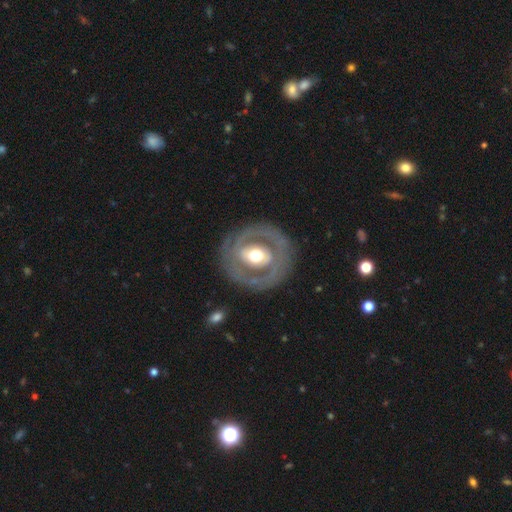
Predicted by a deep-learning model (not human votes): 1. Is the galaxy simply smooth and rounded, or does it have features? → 72% featured or disk, 23% smooth, 5% star or artifact.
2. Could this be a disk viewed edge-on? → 95% no, 5% yes.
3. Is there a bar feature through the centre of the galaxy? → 41% no, 31% weak, 28% strong.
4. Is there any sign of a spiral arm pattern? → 55% no, 45% yes.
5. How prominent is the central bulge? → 62% moderate, 28% large, 6% small, 2% dominant, 1% none.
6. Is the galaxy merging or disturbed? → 81% none, 11% minor disturbance, 7% major disturbance, 1% merger.